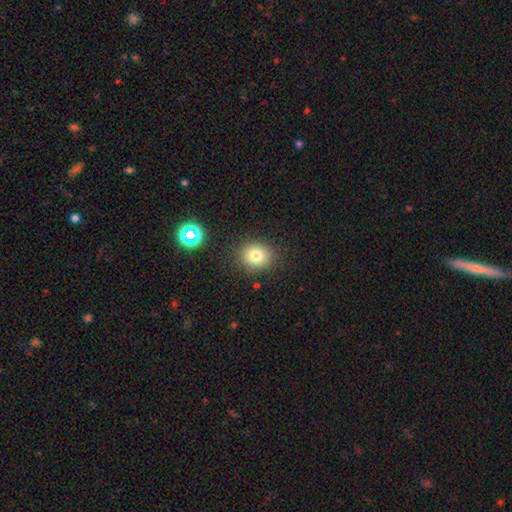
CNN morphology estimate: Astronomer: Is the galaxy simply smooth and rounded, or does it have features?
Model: smooth — 77%.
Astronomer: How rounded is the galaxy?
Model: round — 73%.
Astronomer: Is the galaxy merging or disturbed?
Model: none — 86%.